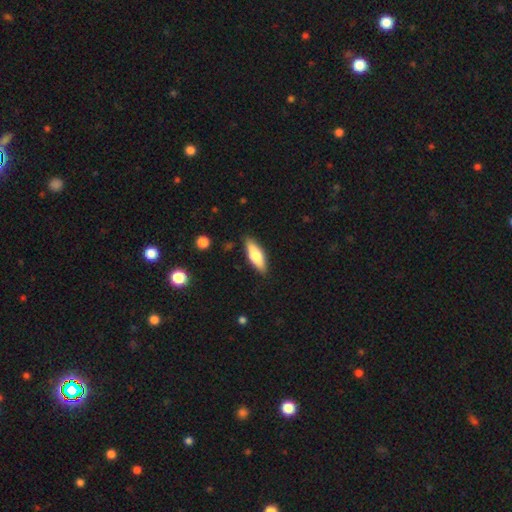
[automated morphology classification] Smooth or featured? smooth (62%)
How rounded? in between (55%)
Merging? none (87%)